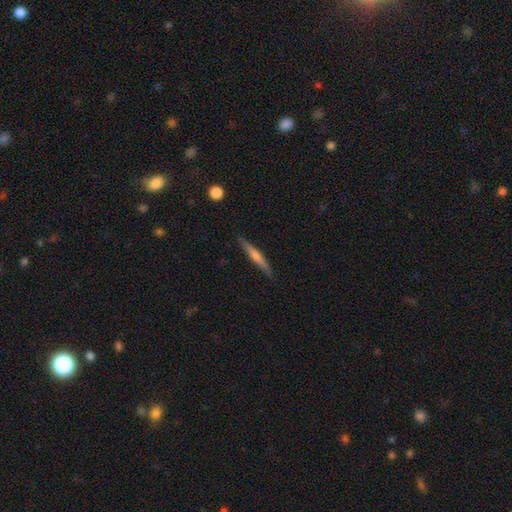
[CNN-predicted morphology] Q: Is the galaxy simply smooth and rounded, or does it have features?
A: featured or disk — 55%.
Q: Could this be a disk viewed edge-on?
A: yes — 97%.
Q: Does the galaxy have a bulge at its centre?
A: rounded — 57%.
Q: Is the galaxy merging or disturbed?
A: none — 89%.